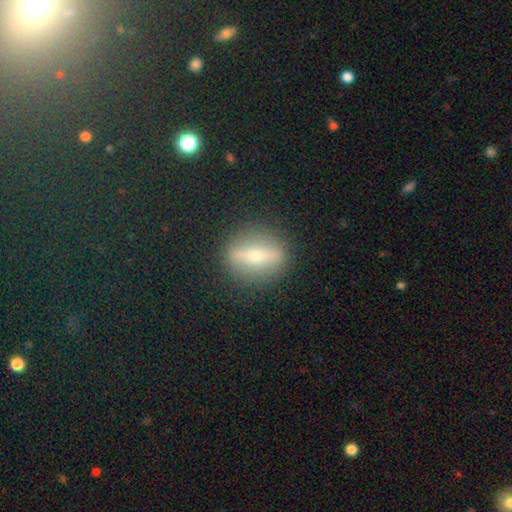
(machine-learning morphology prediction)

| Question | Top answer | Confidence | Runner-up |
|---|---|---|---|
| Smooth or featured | featured or disk | 62% | smooth (29%) |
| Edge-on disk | yes | 67% | no (33%) |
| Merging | none | 86% | minor disturbance (9%) |